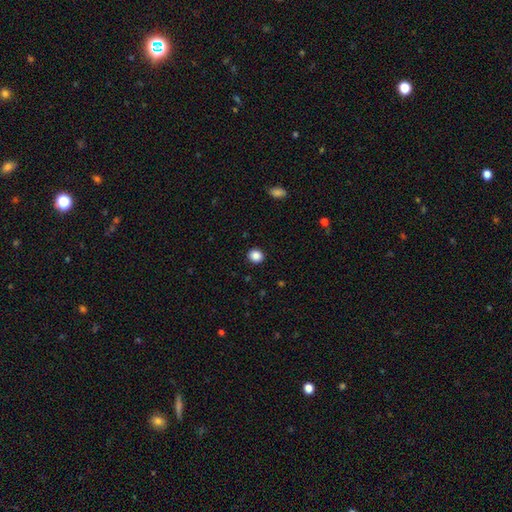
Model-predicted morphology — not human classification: Q: Smooth or featured?
A: smooth (87%); runner-up: star or artifact (10%)
Q: How rounded?
A: round (81%); runner-up: in between (18%)
Q: Merging?
A: none (91%); runner-up: minor disturbance (6%)